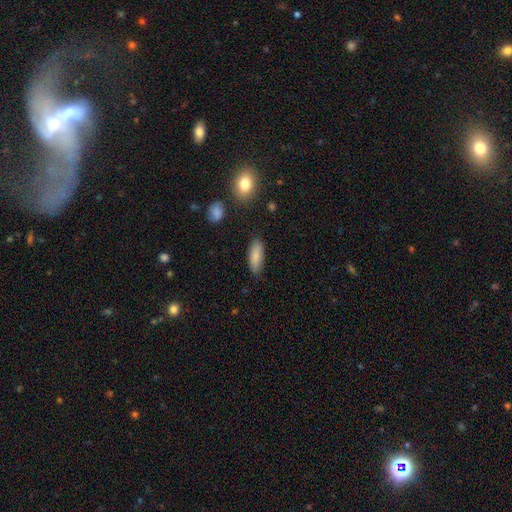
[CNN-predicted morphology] The model was most divided on "how rounded": in between: 75%, cigar-shaped: 23%, round: 2%. More confident: smooth or featured — smooth (84%); merging — none (83%).